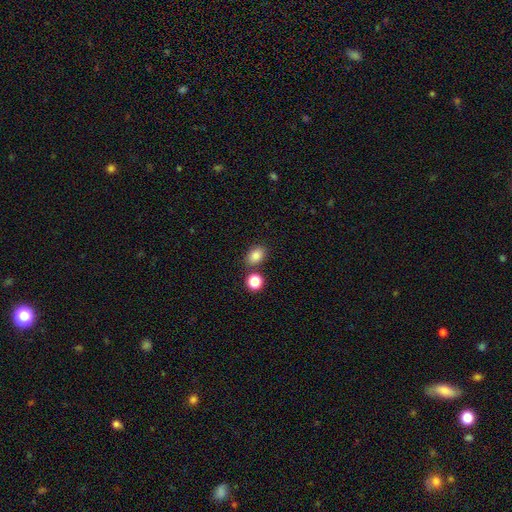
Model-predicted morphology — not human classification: Overall: smooth (83%). How rounded: in between (72%). Merging: none (76%).